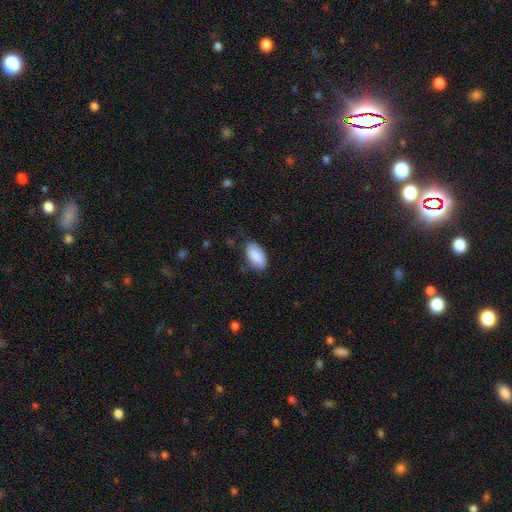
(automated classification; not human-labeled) Q: Smooth or featured?
A: smooth (87%); runner-up: featured or disk (7%)
Q: How rounded?
A: in between (95%); runner-up: round (3%)
Q: Merging?
A: none (73%); runner-up: minor disturbance (21%)